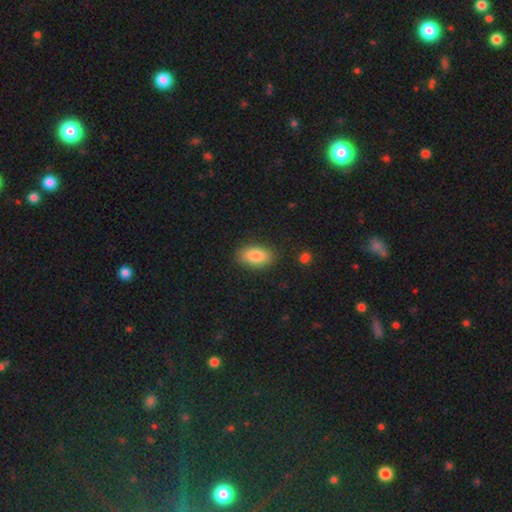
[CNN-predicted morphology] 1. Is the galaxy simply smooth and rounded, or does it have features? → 86% smooth, 7% featured or disk, 7% star or artifact.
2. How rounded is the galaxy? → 91% in between, 6% round, 3% cigar-shaped.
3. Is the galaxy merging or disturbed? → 86% none, 10% minor disturbance, 3% major disturbance, 1% merger.